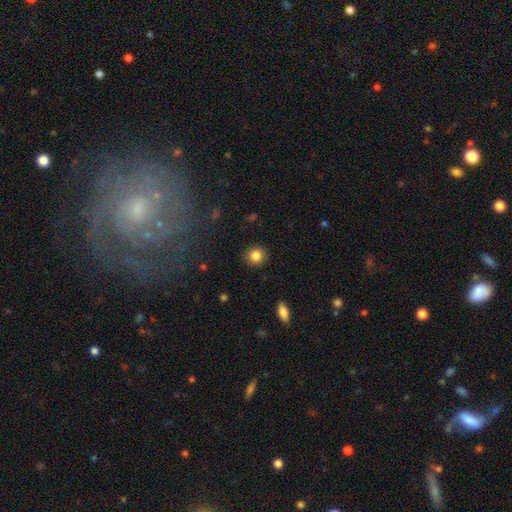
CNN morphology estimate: Smooth or featured: smooth — 85% (star or artifact — 10%)
How rounded: round — 91% (in between — 8%)
Merging: none — 90% (minor disturbance — 6%)